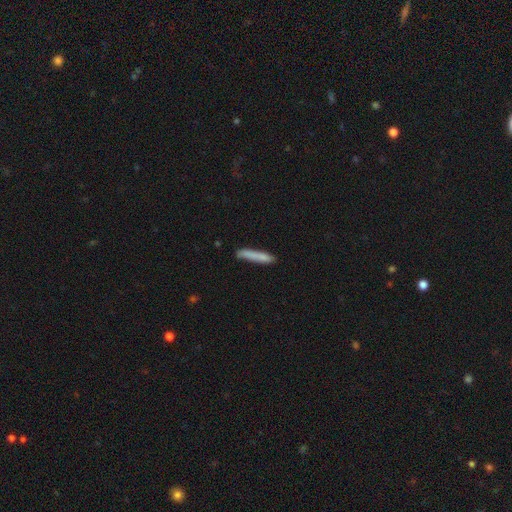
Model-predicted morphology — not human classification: smooth-or-featured: smooth: 80% | featured or disk: 14% | star or artifact: 7%
  how-rounded: cigar-shaped: 94% | in between: 4% | round: 1%
  merging: none: 83% | minor disturbance: 12% | major disturbance: 2% | merger: 2%